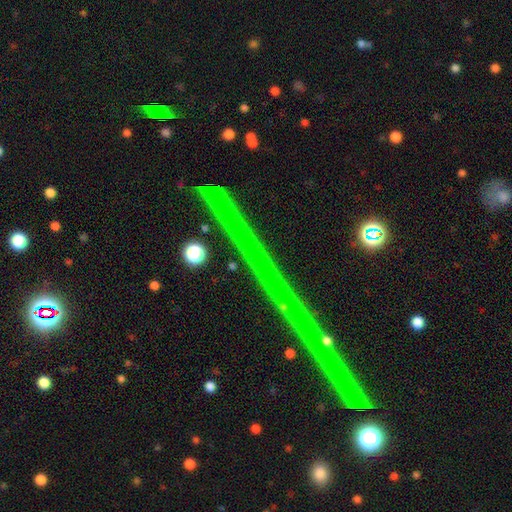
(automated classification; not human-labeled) Q: Smooth or featured?
A: star or artifact (58%); runner-up: featured or disk (33%)